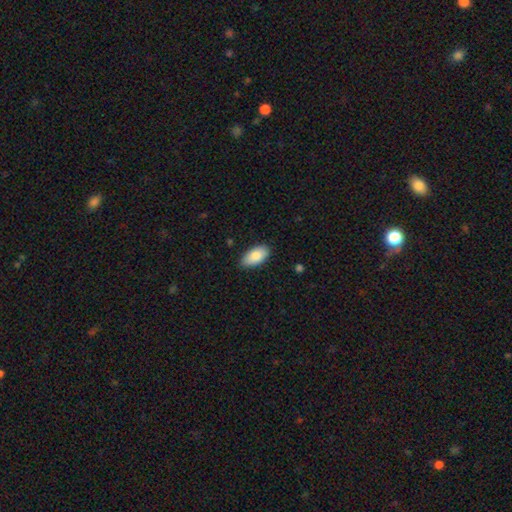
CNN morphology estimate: A smooth galaxy with no disk features (85%) that is in between round and cigar-shaped (95%).

Vote fractions:
- Smooth or featured? smooth: 85% / featured or disk: 8% / star or artifact: 6%
- How rounded? in between: 95% / cigar-shaped: 3% / round: 3%
- Merging? none: 83% / minor disturbance: 14% / major disturbance: 2% / merger: 1%